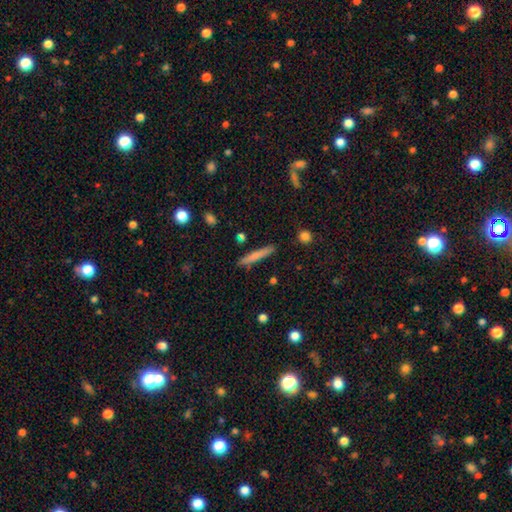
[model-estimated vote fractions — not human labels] This is likely a smooth galaxy (71%). How rounded: clearly cigar-shaped (94%). Merging: clearly none (87%).